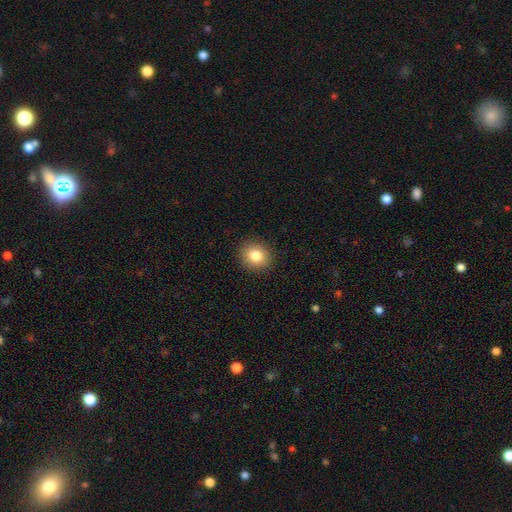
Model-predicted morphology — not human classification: Smooth or featured?
  - smooth: 82% *
  - star or artifact: 10%
  - featured or disk: 8%
How rounded?
  - round: 74% *
  - in between: 25%
  - cigar-shaped: 1%
Merging?
  - none: 91% *
  - minor disturbance: 6%
  - major disturbance: 2%
  - merger: 1%